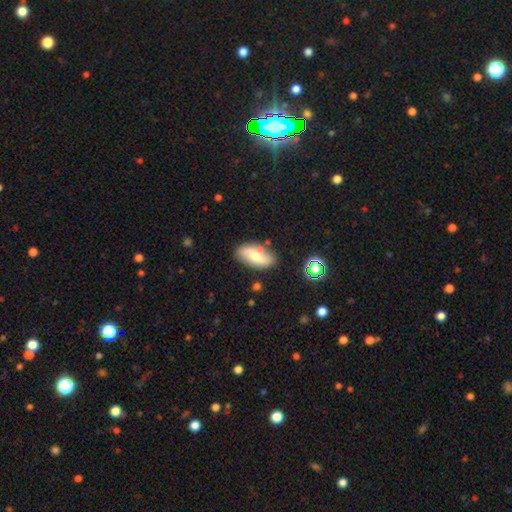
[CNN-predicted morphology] smooth 57%, featured or disk 34%, star or artifact 9%. Down the decision tree: how rounded — in between (89%); merging — none (72%).